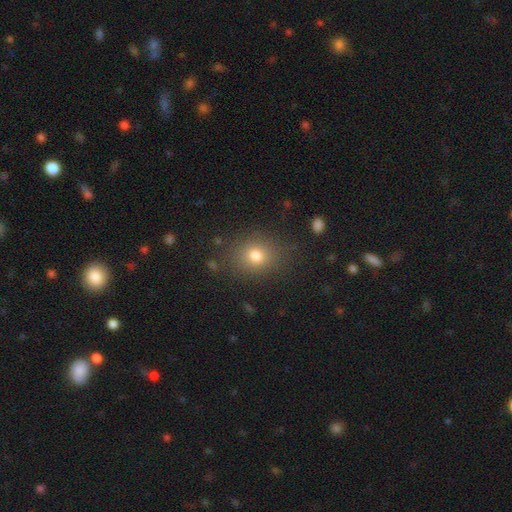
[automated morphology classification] smooth-or-featured: smooth: 77% | star or artifact: 14% | featured or disk: 9%
  how-rounded: round: 58% | in between: 41% | cigar-shaped: 1%
  merging: none: 82% | minor disturbance: 12% | major disturbance: 4% | merger: 2%